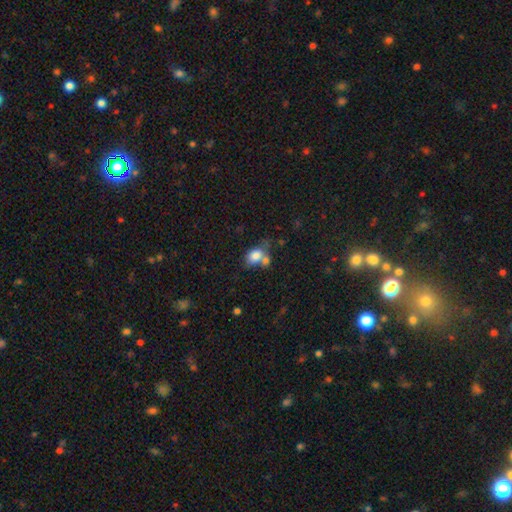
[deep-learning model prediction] Smooth or featured?
  - smooth: 80% *
  - featured or disk: 11%
  - star or artifact: 9%
How rounded?
  - in between: 66% *
  - round: 33%
  - cigar-shaped: 2%
Merging?
  - merger: 39% *
  - none: 37%
  - minor disturbance: 17%
  - major disturbance: 8%